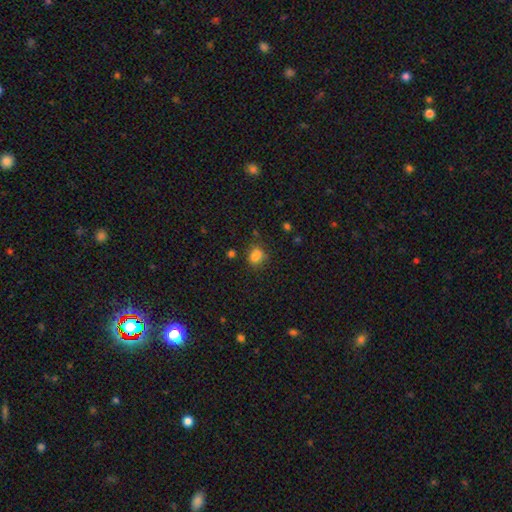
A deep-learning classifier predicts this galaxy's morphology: Smooth or featured? Predicted: smooth (p=0.79). How rounded? Predicted: in between (p=0.56). Merging? Predicted: none (p=0.63).